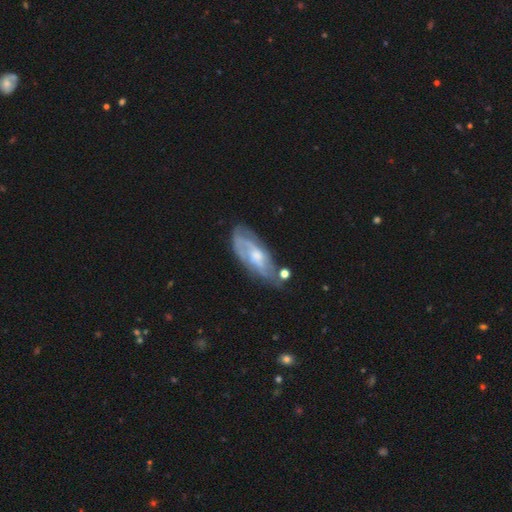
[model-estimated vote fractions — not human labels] Smooth or featured: featured or disk — 71% (smooth — 23%)
Edge-on disk: no — 85% (yes — 15%)
Bar: no — 59% (weak — 35%)
Spiral arms: yes — 80% (no — 20%)
Bulge size: moderate — 53% (small — 33%)
Merging: none — 62% (minor disturbance — 23%)